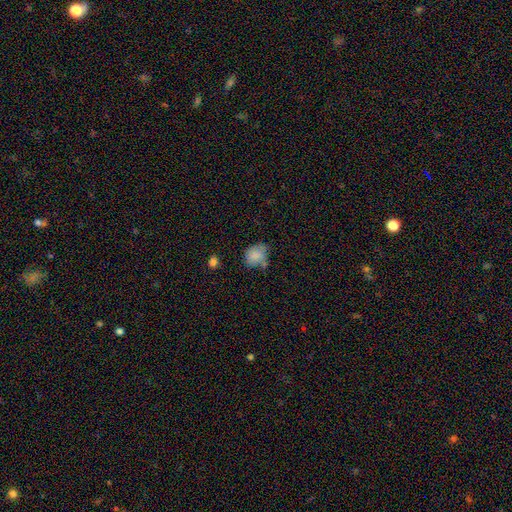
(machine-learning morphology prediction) type=smooth (81%); roundness=in between (52%); merging=none (51%).